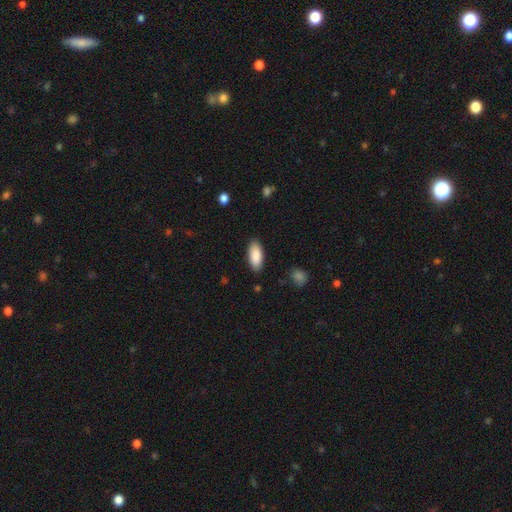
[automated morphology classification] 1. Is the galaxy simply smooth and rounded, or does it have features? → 89% smooth, 6% star or artifact, 6% featured or disk.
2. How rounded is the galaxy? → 86% in between, 12% cigar-shaped, 2% round.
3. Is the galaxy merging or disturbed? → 87% none, 9% minor disturbance, 2% major disturbance, 1% merger.